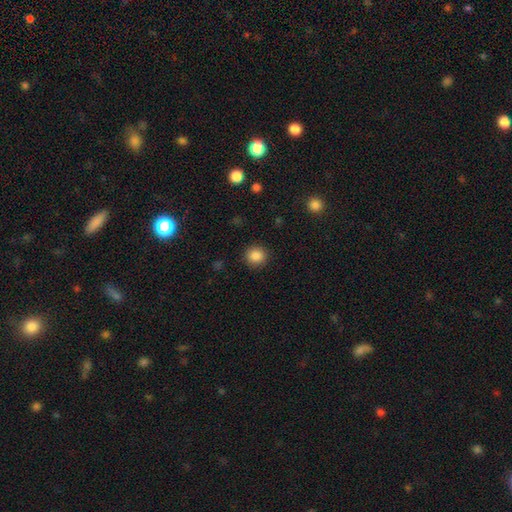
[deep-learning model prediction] Smooth or featured?
  - smooth: 87% *
  - star or artifact: 10%
  - featured or disk: 3%
How rounded?
  - round: 91% *
  - in between: 8%
  - cigar-shaped: 1%
Merging?
  - none: 91% *
  - minor disturbance: 6%
  - major disturbance: 2%
  - merger: 1%